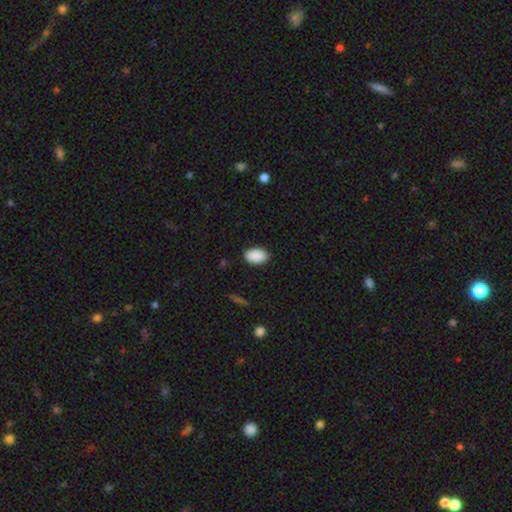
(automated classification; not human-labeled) Morphology: type=smooth (91%); roundness=in between (92%); merging=none (88%).